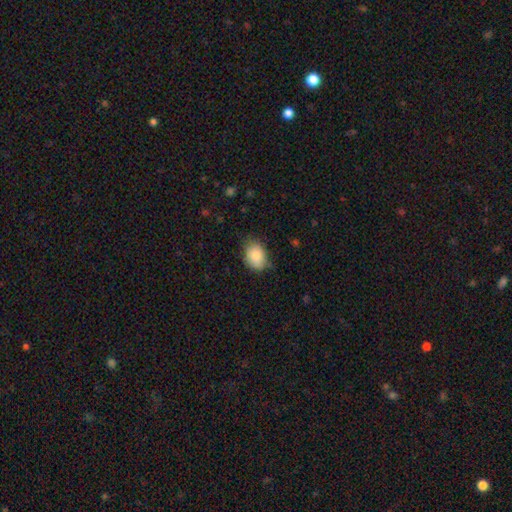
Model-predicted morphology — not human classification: smooth_or_featured: smooth (p=0.87) [alt: star or artifact p=0.08]
how_rounded: in between (p=0.74) [alt: round p=0.25]
merging: none (p=0.69) [alt: minor disturbance p=0.25]